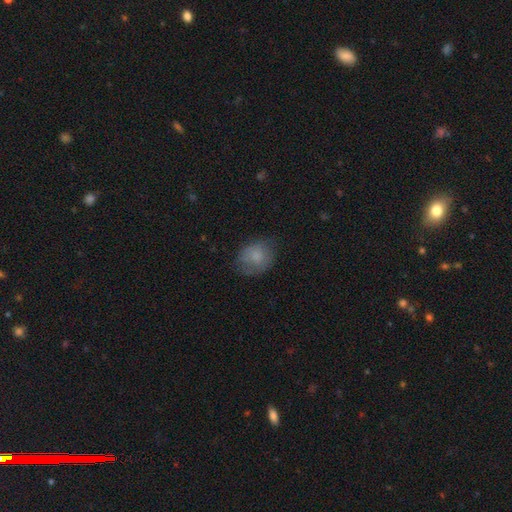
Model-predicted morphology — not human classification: smooth-or-featured: smooth: 76% | featured or disk: 15% | star or artifact: 9%
  how-rounded: round: 57% | in between: 42% | cigar-shaped: 1%
  merging: none: 63% | minor disturbance: 25% | major disturbance: 10% | merger: 1%